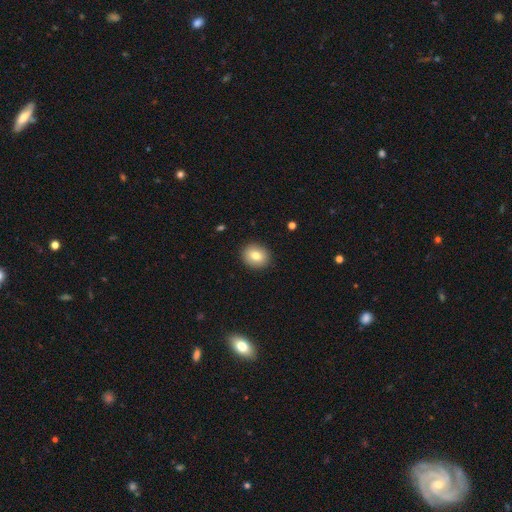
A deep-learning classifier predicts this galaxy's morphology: Smooth or featured? smooth (79%)
How rounded? round (69%)
Merging? none (90%)